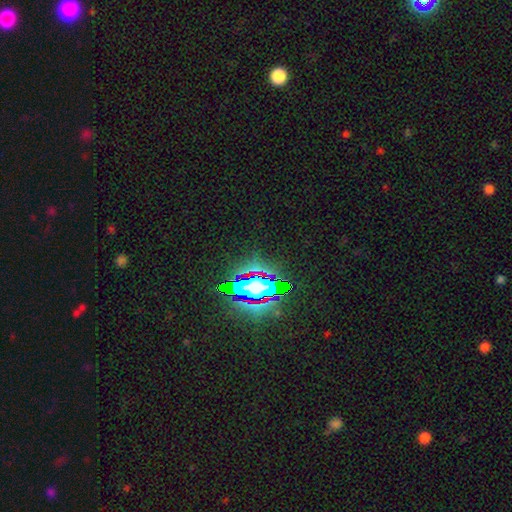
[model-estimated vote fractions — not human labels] A star or artifact, not a galaxy (80%).

Vote fractions:
- Smooth or featured? star or artifact: 80% / smooth: 12% / featured or disk: 9%